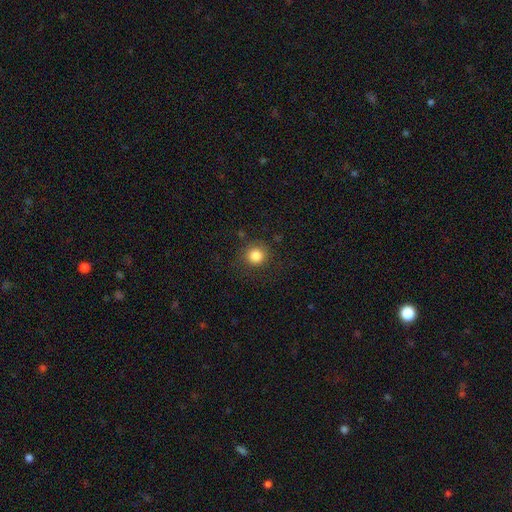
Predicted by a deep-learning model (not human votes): This is clearly a smooth galaxy (84%). How rounded: clearly round (91%). Merging: clearly none (84%).